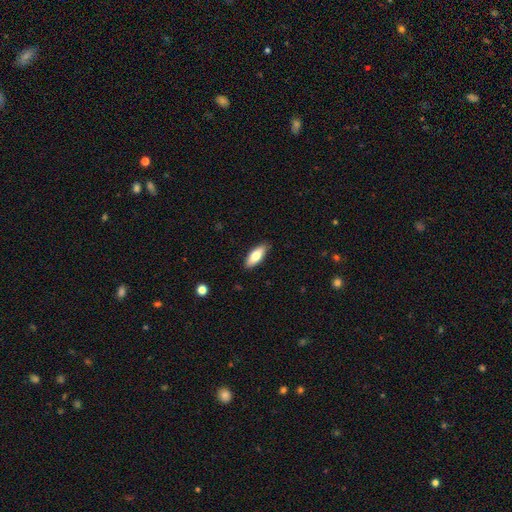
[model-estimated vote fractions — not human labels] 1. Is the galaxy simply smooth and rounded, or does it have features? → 76% smooth, 18% featured or disk, 6% star or artifact.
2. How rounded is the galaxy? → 76% in between, 22% cigar-shaped, 2% round.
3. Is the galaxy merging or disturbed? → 87% none, 10% minor disturbance, 2% major disturbance, 1% merger.